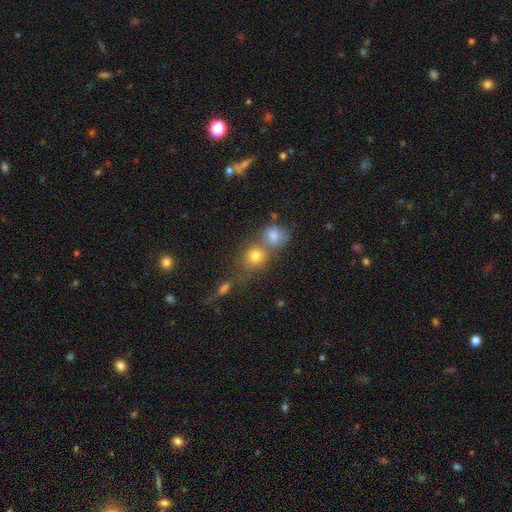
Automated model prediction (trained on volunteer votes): Overall: smooth (73%). How rounded: round (79%). Merging: merger (45%; none 43%).